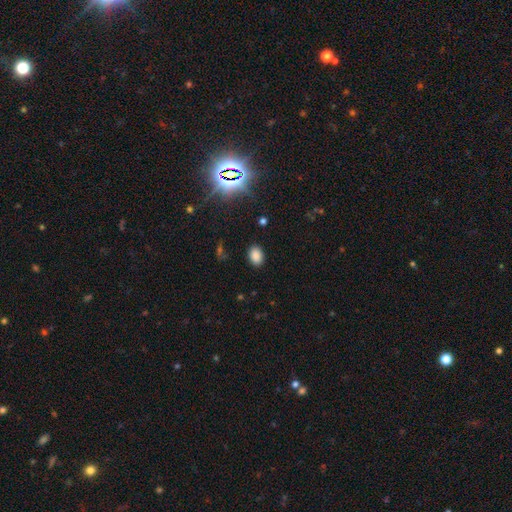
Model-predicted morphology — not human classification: smooth-or-featured: smooth: 82% | star or artifact: 14% | featured or disk: 4%
  how-rounded: in between: 82% | round: 17% | cigar-shaped: 1%
  merging: none: 88% | minor disturbance: 9% | major disturbance: 3% | merger: 1%